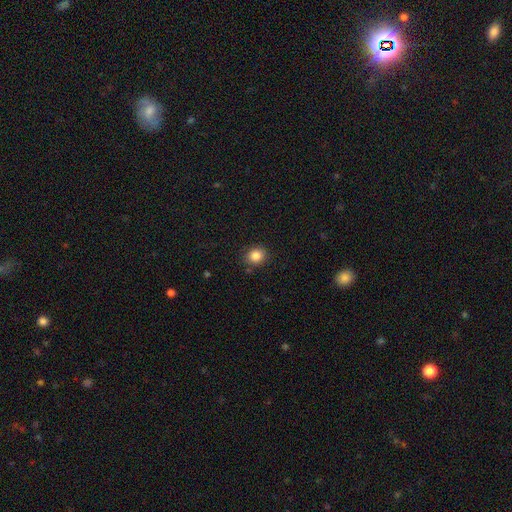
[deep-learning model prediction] This is clearly a smooth galaxy (85%). How rounded: likely round (75%). Merging: clearly none (86%).